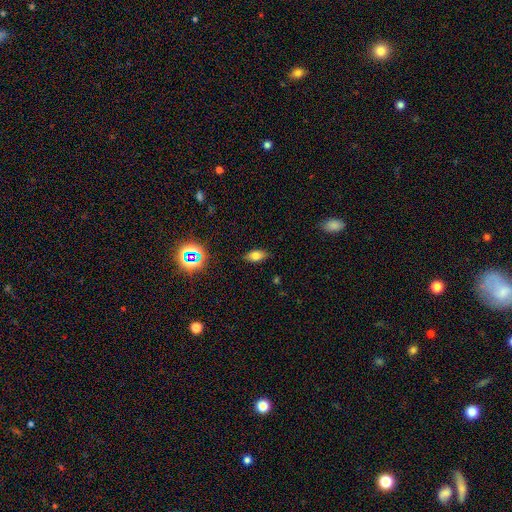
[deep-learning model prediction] Morphology: type=smooth (72%); roundness=in between (86%); merging=none (86%).